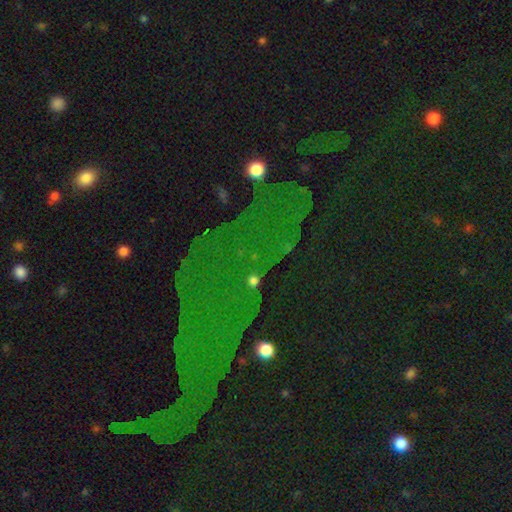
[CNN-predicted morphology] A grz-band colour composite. It shows a star or artifact, not a galaxy (73%).